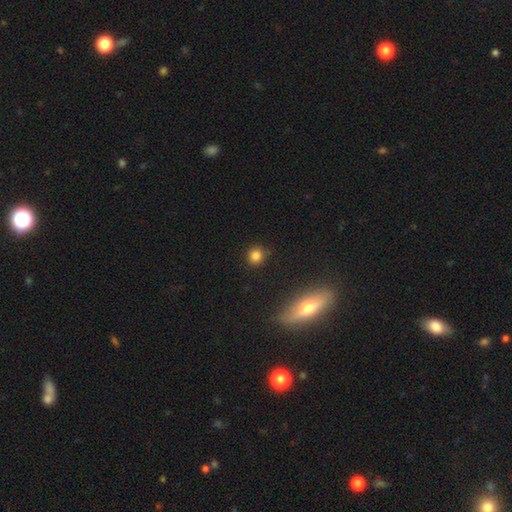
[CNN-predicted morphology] Q: Smooth or featured?
A: smooth (82%); runner-up: star or artifact (13%)
Q: How rounded?
A: round (89%); runner-up: in between (10%)
Q: Merging?
A: none (89%); runner-up: minor disturbance (7%)